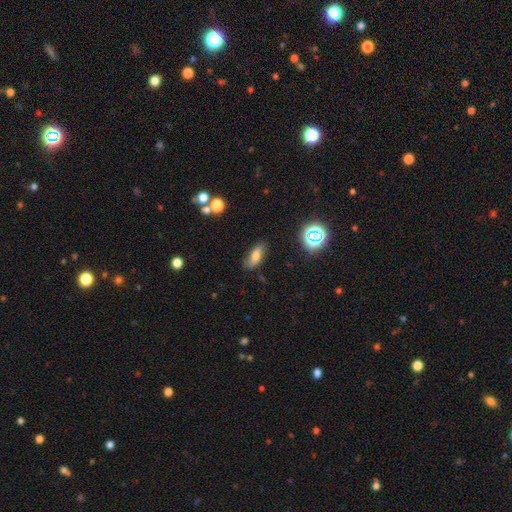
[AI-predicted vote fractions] Overall: smooth (69%). How rounded: in between (75%). Merging: none (73%).